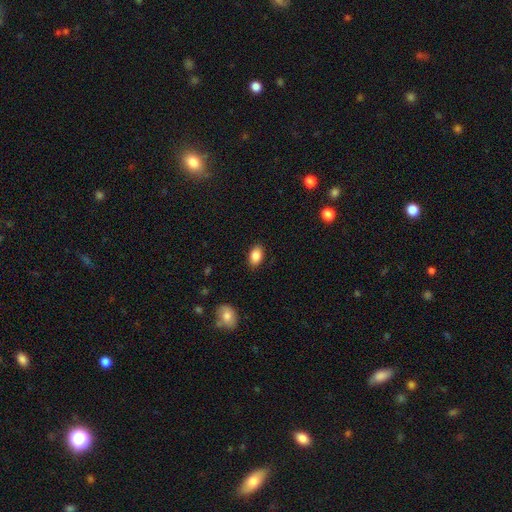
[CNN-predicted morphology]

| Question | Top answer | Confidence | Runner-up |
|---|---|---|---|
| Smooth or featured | smooth | 87% | star or artifact (8%) |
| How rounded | in between | 88% | round (11%) |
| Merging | none | 87% | minor disturbance (9%) |